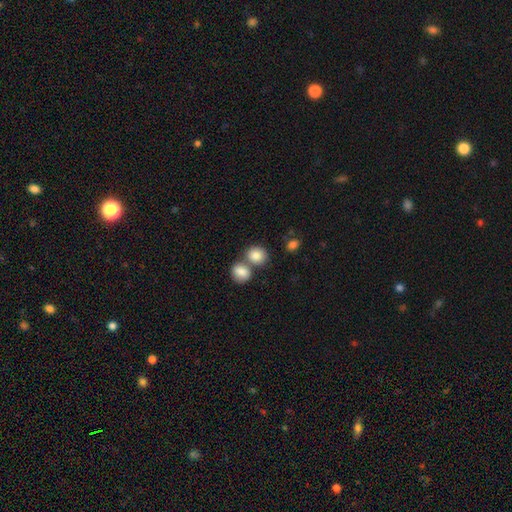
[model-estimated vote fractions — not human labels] This appears to be a smooth galaxy with no disk features (86%) that is round (65%). Merging: merger (48%).